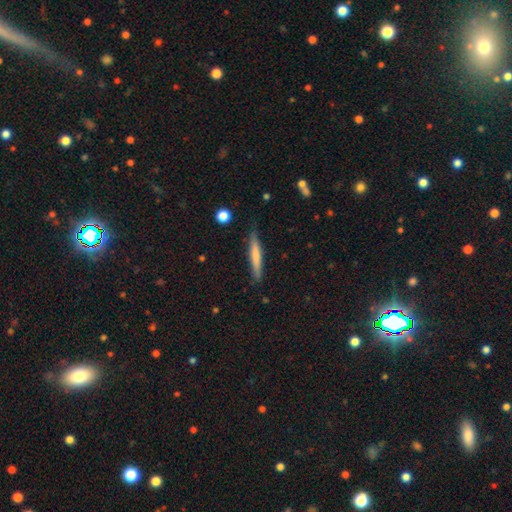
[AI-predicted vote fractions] Smooth or featured: smooth — 65% (featured or disk — 30%)
How rounded: cigar-shaped — 94% (in between — 4%)
Merging: none — 86% (minor disturbance — 11%)